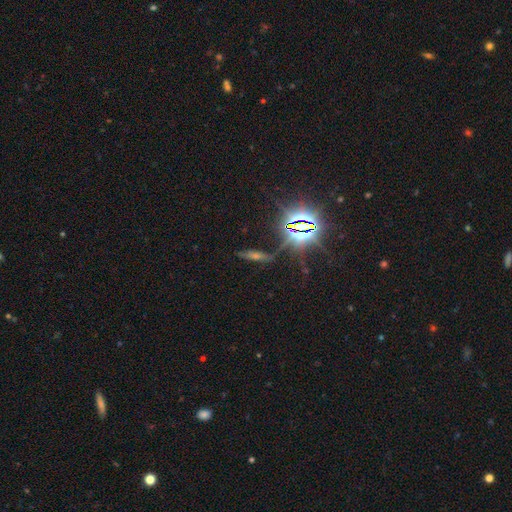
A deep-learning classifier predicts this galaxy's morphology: This appears to be a star or artifact, not a galaxy (49%).